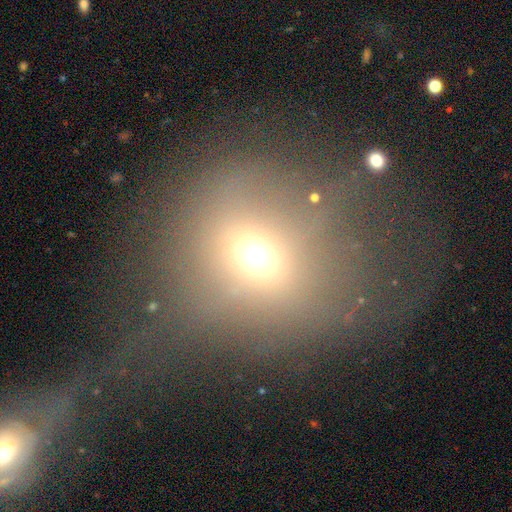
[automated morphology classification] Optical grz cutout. It shows a smooth galaxy with no disk features (60%) that is round (81%). Merging: none (44%).